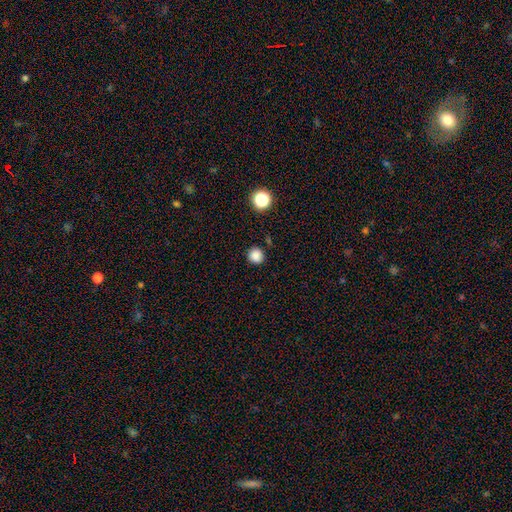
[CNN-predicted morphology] This is clearly a smooth galaxy (85%). How rounded: clearly round (92%). Merging: clearly none (89%).